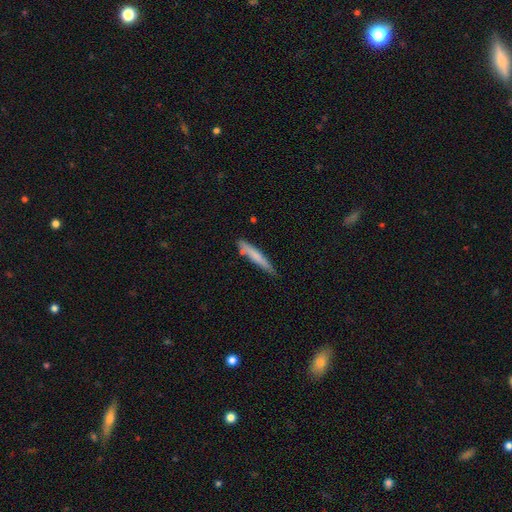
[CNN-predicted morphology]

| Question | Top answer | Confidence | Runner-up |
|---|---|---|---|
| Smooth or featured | smooth | 68% | featured or disk (26%) |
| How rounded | cigar-shaped | 94% | in between (5%) |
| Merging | none | 75% | minor disturbance (17%) |